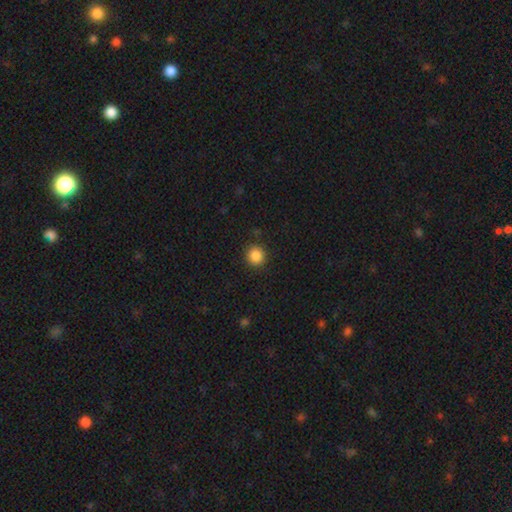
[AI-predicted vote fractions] smooth_or_featured: smooth (p=0.86) [alt: star or artifact p=0.10]
how_rounded: round (p=0.92) [alt: in between p=0.07]
merging: none (p=0.90) [alt: minor disturbance p=0.07]